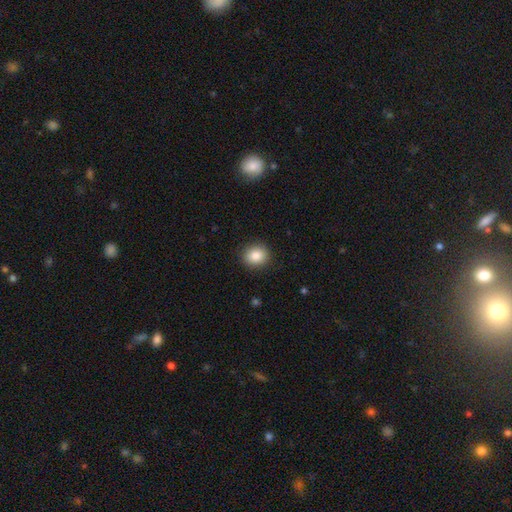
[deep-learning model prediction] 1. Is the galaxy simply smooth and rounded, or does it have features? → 87% smooth, 9% star or artifact, 5% featured or disk.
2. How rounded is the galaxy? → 68% round, 31% in between, 1% cigar-shaped.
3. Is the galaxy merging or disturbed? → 89% none, 8% minor disturbance, 2% major disturbance, 1% merger.